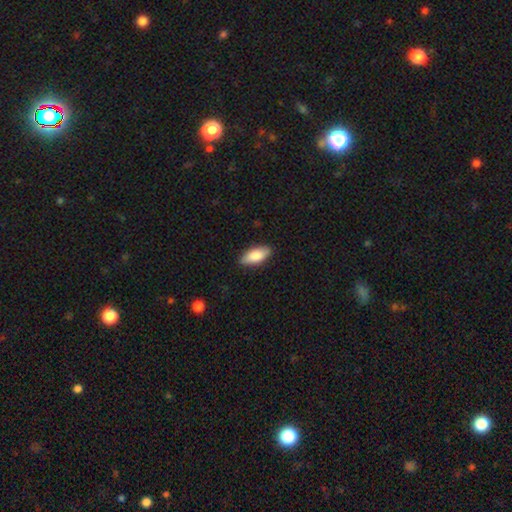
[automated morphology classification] smooth-or-featured: smooth: 85% | featured or disk: 9% | star or artifact: 5%
  how-rounded: in between: 85% | cigar-shaped: 13% | round: 2%
  merging: none: 87% | minor disturbance: 10% | major disturbance: 2% | merger: 1%